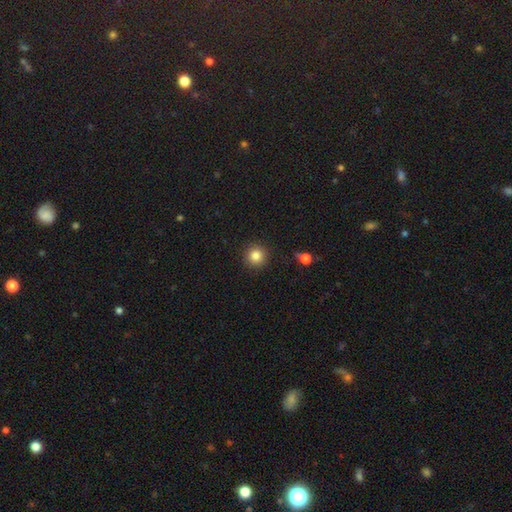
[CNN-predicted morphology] Overall: smooth (84%). How rounded: round (95%). Merging: none (91%).